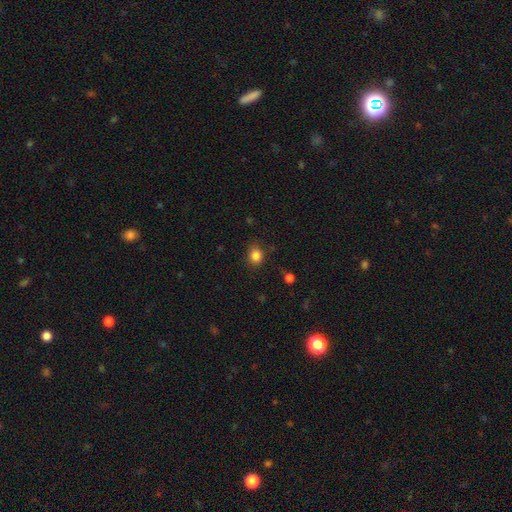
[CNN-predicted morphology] This is clearly a smooth galaxy (84%). How rounded: likely round (64%). Merging: clearly none (80%).